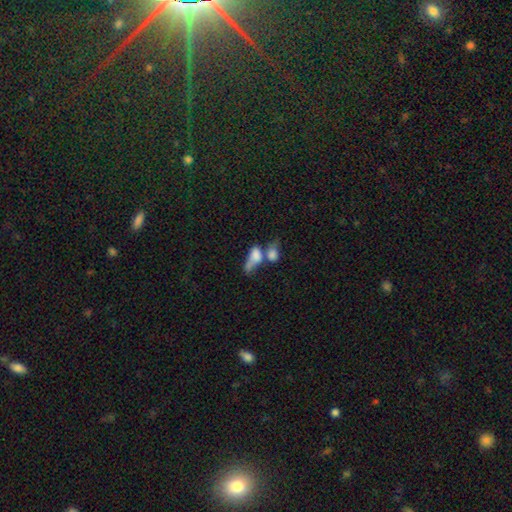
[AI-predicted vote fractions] Smooth or featured? Predicted: smooth (p=0.69). How rounded? Predicted: in between (p=0.77). Merging? Predicted: merger (p=0.66).